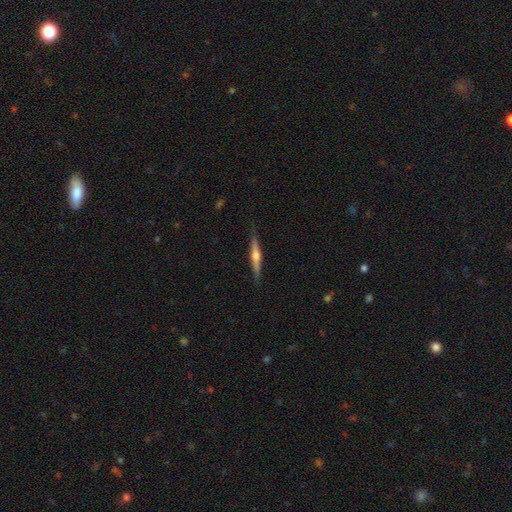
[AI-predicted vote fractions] smooth-or-featured: featured or disk: 64% | smooth: 30% | star or artifact: 6%
  disk-edge-on: yes: 97% | no: 3%
    edge-on-bulge: rounded: 85% | none: 9% | boxy: 7%
  merging: none: 87% | minor disturbance: 10% | major disturbance: 2% | merger: 1%